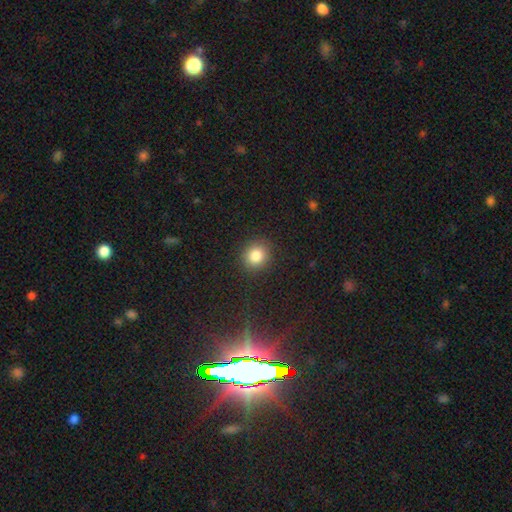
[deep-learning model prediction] This is clearly a smooth galaxy (84%). How rounded: clearly round (86%). Merging: clearly none (89%).